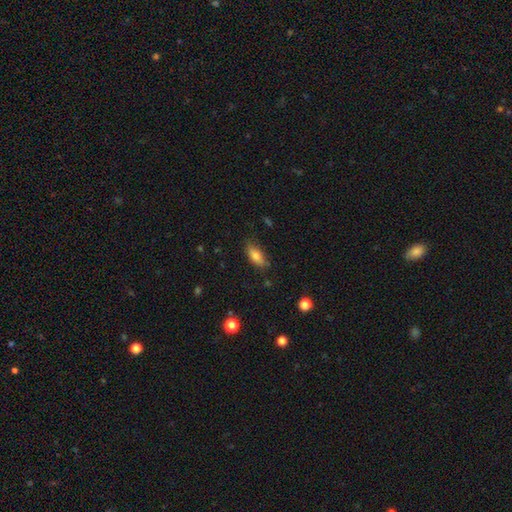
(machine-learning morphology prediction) A smooth galaxy with no disk features (77%) that is in between round and cigar-shaped (80%).

Vote fractions:
- Smooth or featured? smooth: 77% / featured or disk: 15% / star or artifact: 8%
- How rounded? in between: 80% / cigar-shaped: 16% / round: 3%
- Merging? none: 76% / minor disturbance: 19% / major disturbance: 4% / merger: 2%